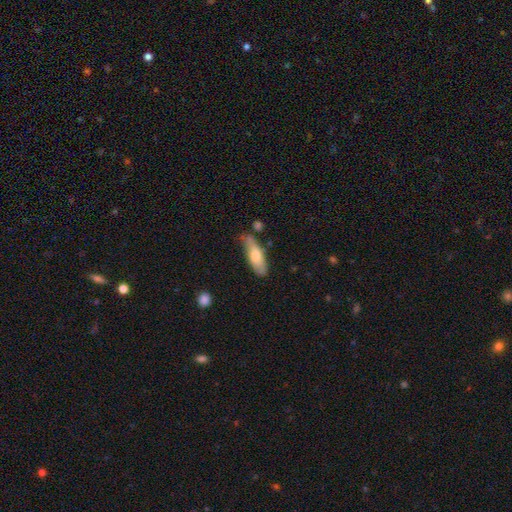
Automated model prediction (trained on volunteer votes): Overall: smooth (67%; featured or disk 28%). How rounded: in between (53%; cigar-shaped 44%). Merging: none (62%; minor disturbance 26%).